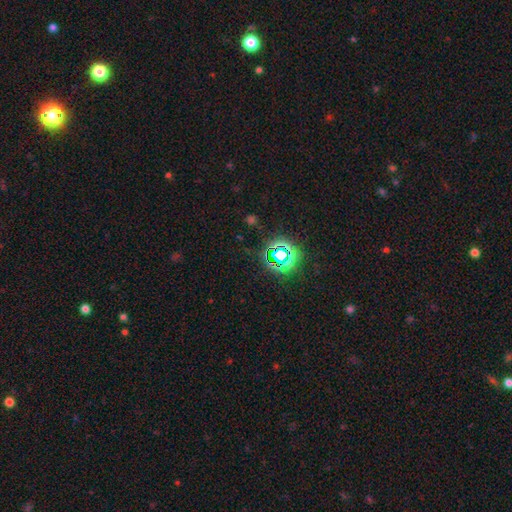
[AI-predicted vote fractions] Smooth or featured?
  - star or artifact: 75% *
  - smooth: 19%
  - featured or disk: 6%